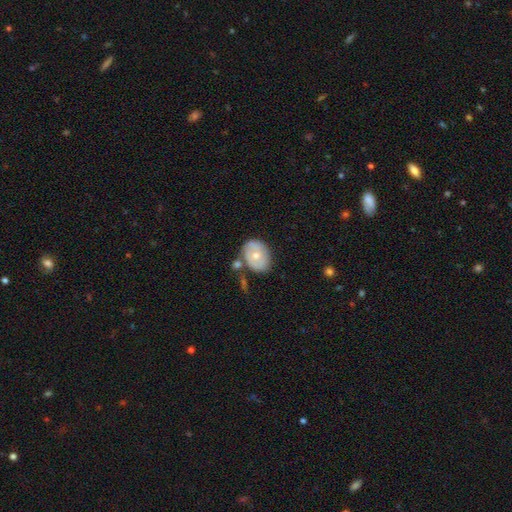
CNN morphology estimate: Smooth or featured? smooth (51%)
How rounded? in between (65%)
Merging? none (57%)